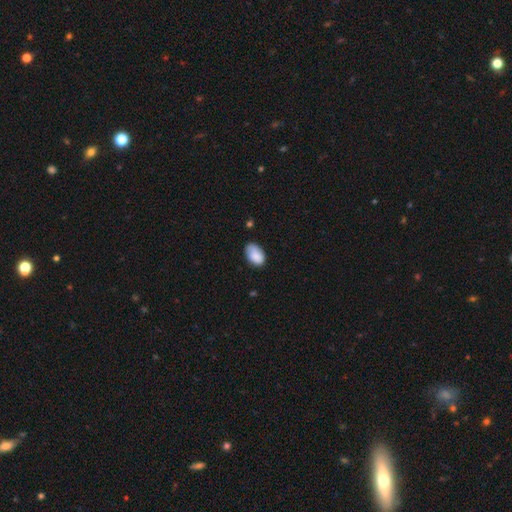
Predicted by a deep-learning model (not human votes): A smooth galaxy with no disk features (84%) that is in between round and cigar-shaped (92%). Merging: none (65%).